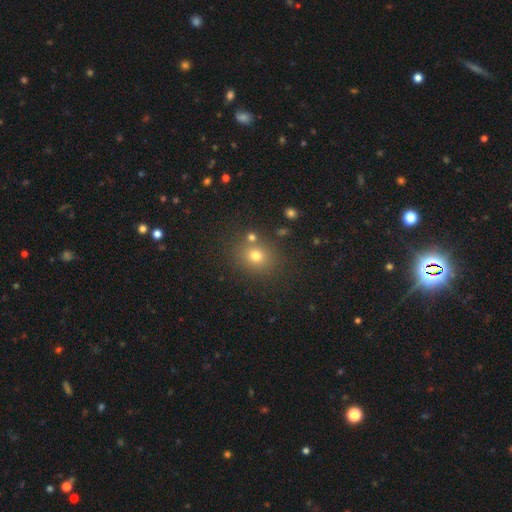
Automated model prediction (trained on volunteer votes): smooth_or_featured: smooth (p=0.71) [alt: star or artifact p=0.20]
how_rounded: round (p=0.72) [alt: in between p=0.27]
merging: none (p=0.78) [alt: minor disturbance p=0.09]